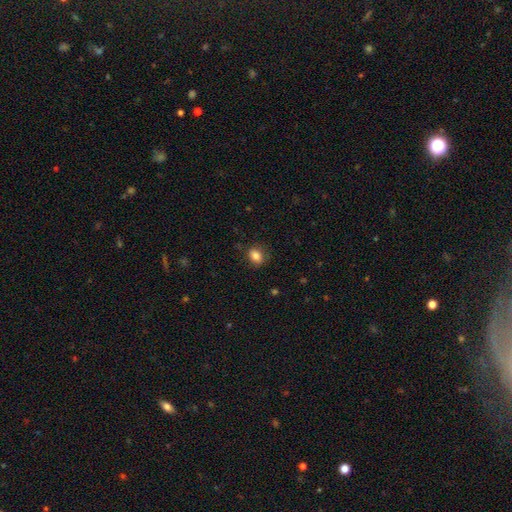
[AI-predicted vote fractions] This appears to be a smooth galaxy with no disk features (84%) that is in between round and cigar-shaped (57%). Merging: none (82%).